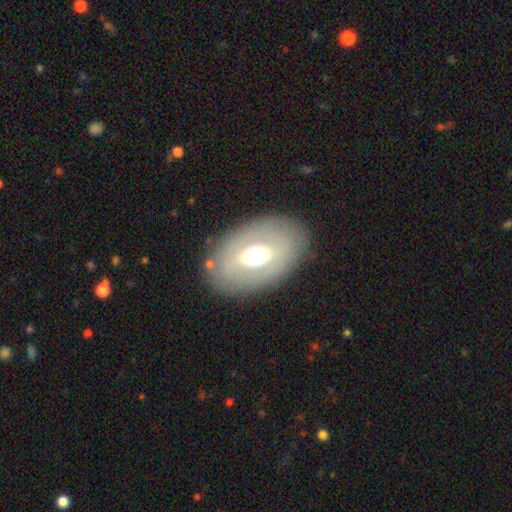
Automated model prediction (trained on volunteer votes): A featured or disk galaxy (49%). Merging: none (82%).